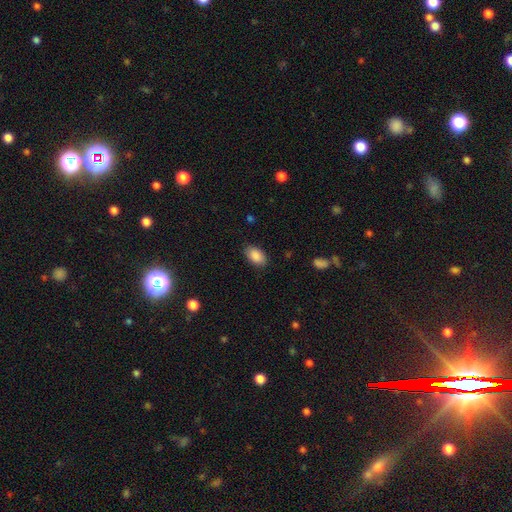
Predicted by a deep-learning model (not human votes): This is clearly a smooth galaxy (89%). How rounded: clearly in between (92%). Merging: clearly none (86%).